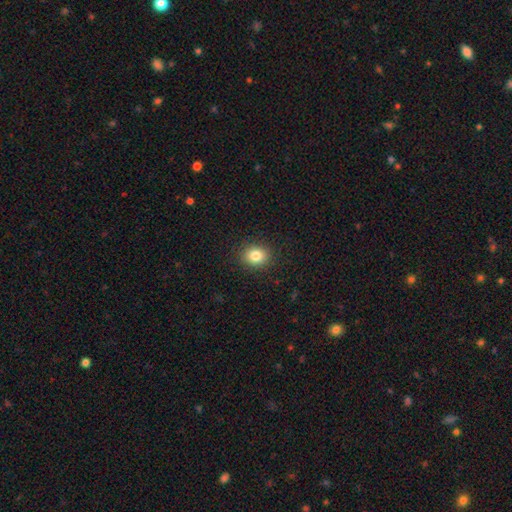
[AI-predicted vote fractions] Overall: smooth (83%). How rounded: round (62%; in between 37%). Merging: none (90%).